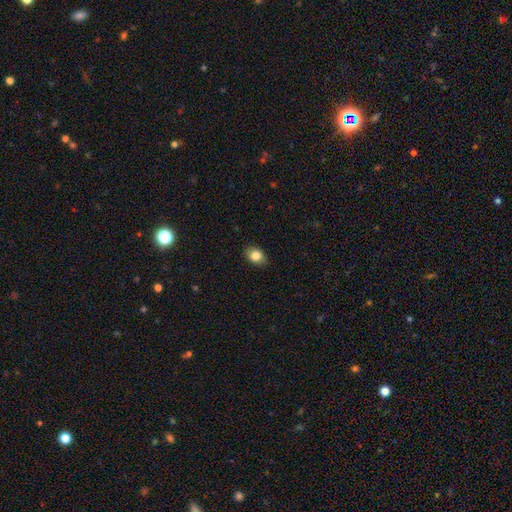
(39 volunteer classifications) A smooth galaxy with no disk features (85%) that is in between round and cigar-shaped (79%). Merging: none (95%).